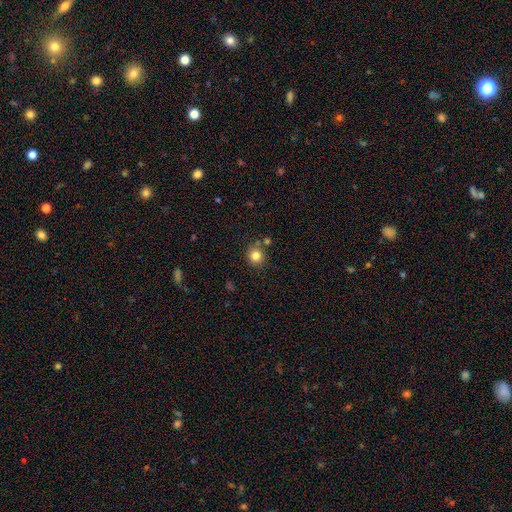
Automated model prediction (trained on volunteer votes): Smooth or featured: smooth — 82% (star or artifact — 12%)
How rounded: round — 89% (in between — 10%)
Merging: none — 77% (minor disturbance — 10%)